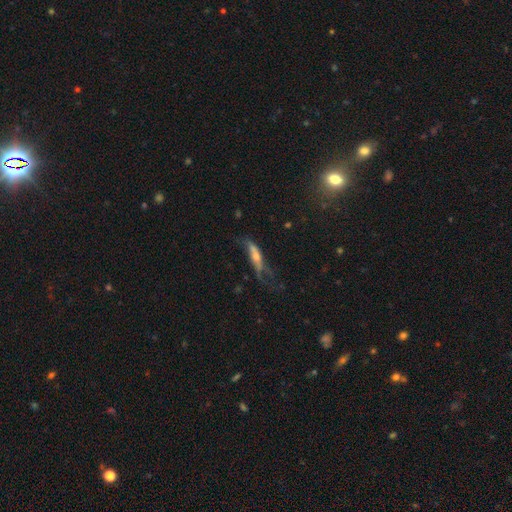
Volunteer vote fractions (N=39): Smooth or featured? smooth (51%)
How rounded? cigar-shaped (80%)
Merging? major disturbance (44%)